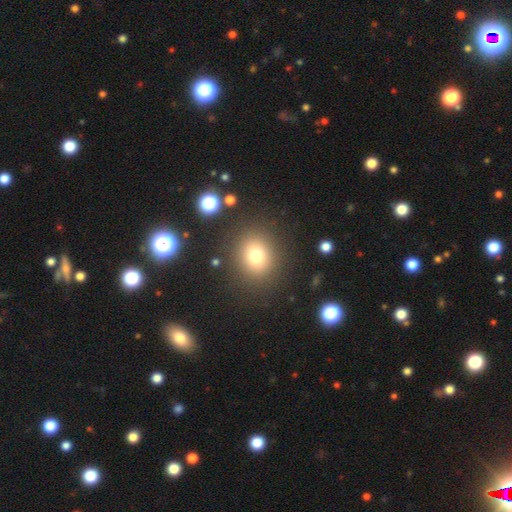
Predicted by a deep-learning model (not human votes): Smooth or featured?
  - smooth: 75% *
  - star or artifact: 15%
  - featured or disk: 9%
How rounded?
  - round: 75% *
  - in between: 24%
  - cigar-shaped: 1%
Merging?
  - none: 86% *
  - minor disturbance: 8%
  - major disturbance: 4%
  - merger: 2%